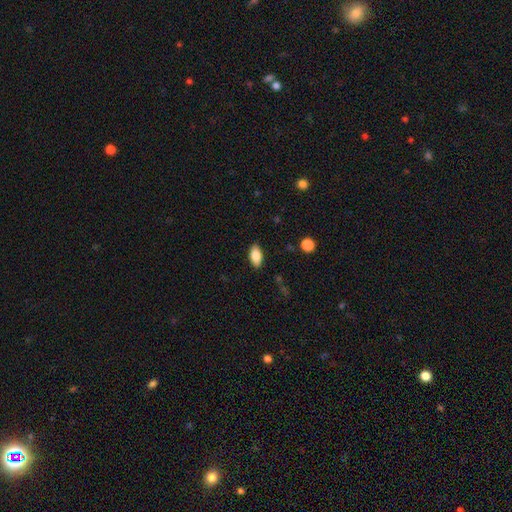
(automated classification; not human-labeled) This appears to be a smooth galaxy with no disk features (81%) that is in between round and cigar-shaped (90%). Merging: none (87%).